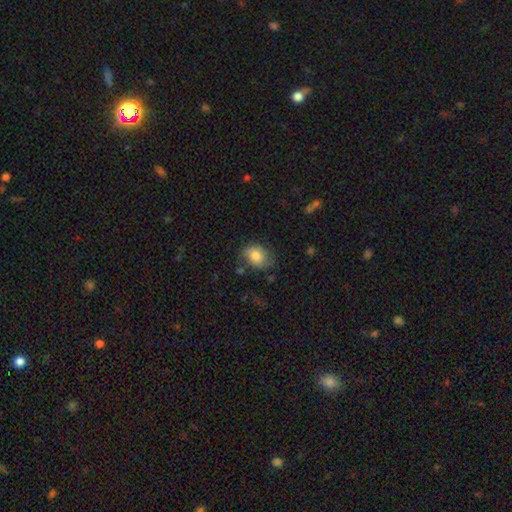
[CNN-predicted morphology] smooth-or-featured: smooth: 78% | featured or disk: 14% | star or artifact: 8%
  how-rounded: in between: 69% | round: 30% | cigar-shaped: 1%
  merging: none: 64% | minor disturbance: 26% | major disturbance: 8% | merger: 3%